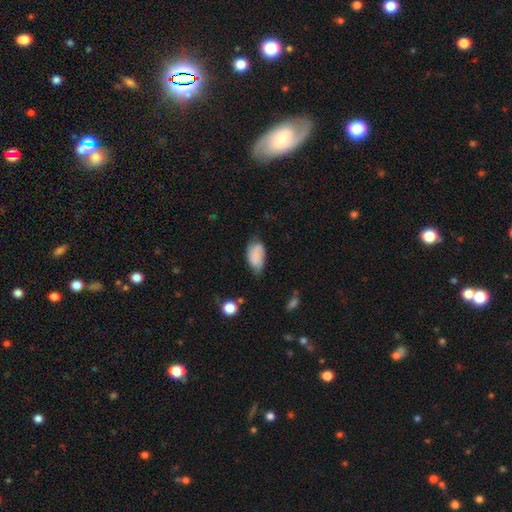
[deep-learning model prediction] This is likely a smooth galaxy (75%). How rounded: clearly in between (93%). Merging: possibly none (49%).